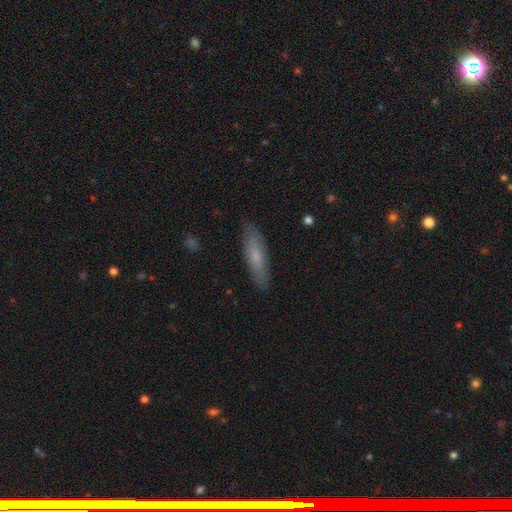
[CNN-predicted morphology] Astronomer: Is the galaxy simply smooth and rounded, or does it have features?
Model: smooth — 65%.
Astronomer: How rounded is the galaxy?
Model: cigar-shaped — 74%.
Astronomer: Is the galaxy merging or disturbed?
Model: none — 87%.